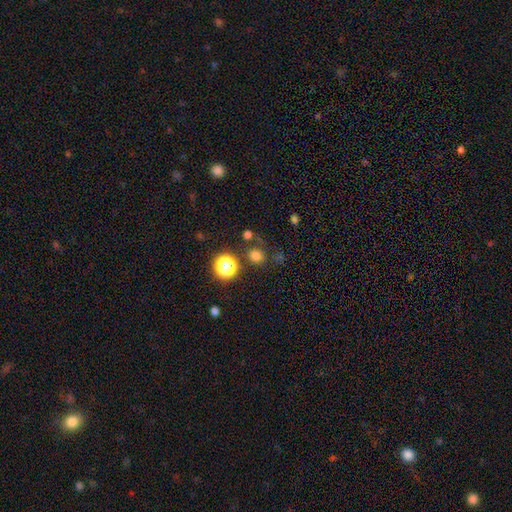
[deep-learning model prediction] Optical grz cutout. It shows a smooth galaxy with no disk features (72%) that is round (83%). Merging: none (77%).